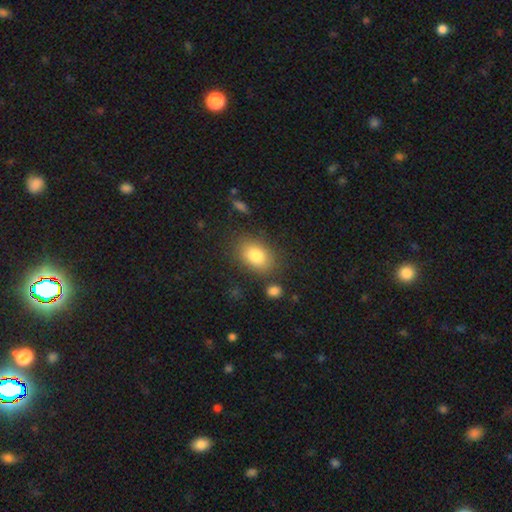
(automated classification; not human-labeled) A smooth galaxy with no disk features (82%) that is in between round and cigar-shaped (81%). Merging: none (79%).